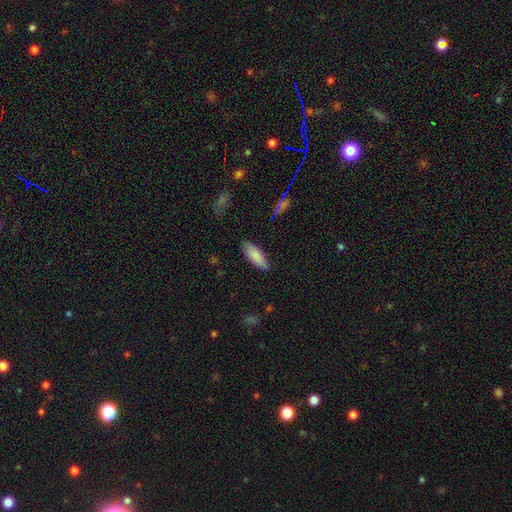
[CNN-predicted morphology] Overall: smooth (86%). How rounded: in between (66%; cigar-shaped 33%). Merging: none (85%).